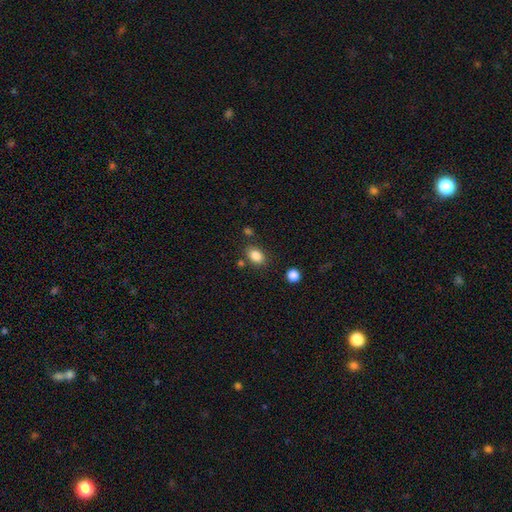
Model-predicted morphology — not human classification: smooth_or_featured: smooth (p=0.85) [alt: star or artifact p=0.09]
how_rounded: in between (p=0.78) [alt: round p=0.21]
merging: none (p=0.79) [alt: minor disturbance p=0.12]